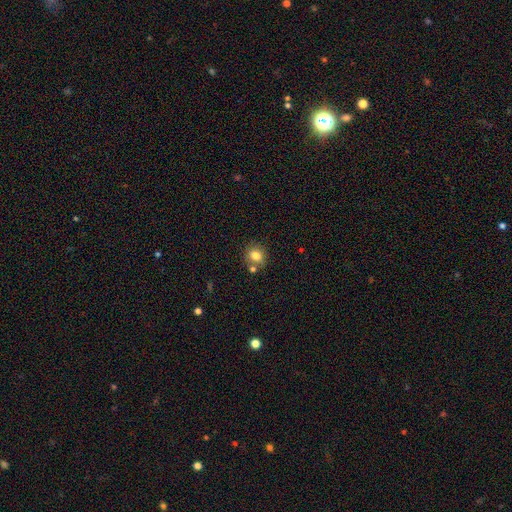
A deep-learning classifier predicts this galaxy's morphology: smooth-or-featured: smooth: 80% | star or artifact: 11% | featured or disk: 10%
  how-rounded: round: 72% | in between: 27% | cigar-shaped: 1%
  merging: none: 71% | merger: 14% | minor disturbance: 12% | major disturbance: 3%